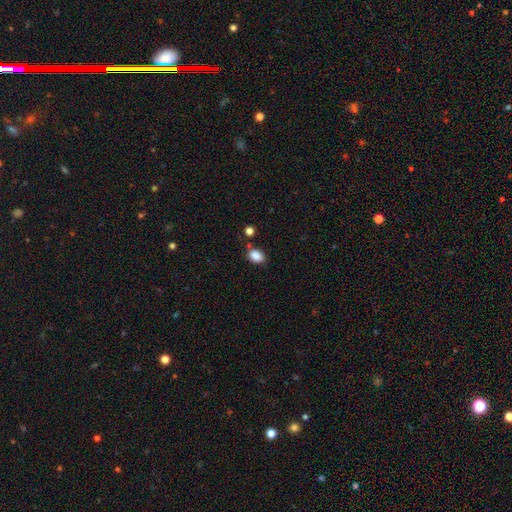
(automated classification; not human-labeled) smooth_or_featured: smooth (p=0.86) [alt: star or artifact p=0.09]
how_rounded: in between (p=0.80) [alt: round p=0.19]
merging: none (p=0.73) [alt: minor disturbance p=0.15]